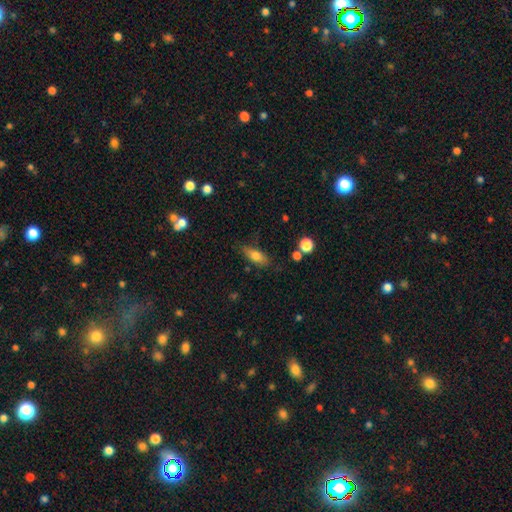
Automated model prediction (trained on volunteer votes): Morphology: type=smooth (74%); roundness=in between (74%); merging=none (74%).